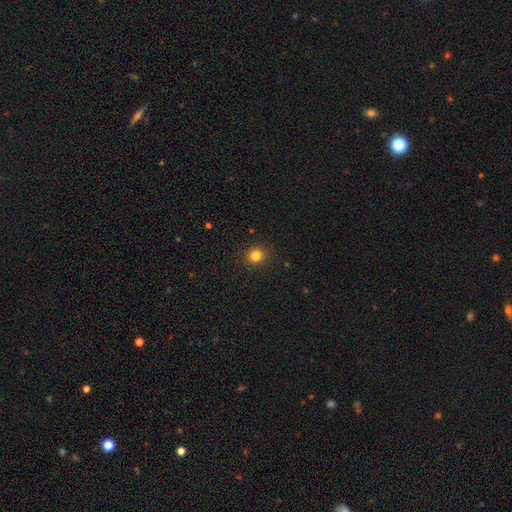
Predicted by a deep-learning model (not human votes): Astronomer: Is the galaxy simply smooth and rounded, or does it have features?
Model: smooth — 82%.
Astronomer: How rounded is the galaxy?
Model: round — 89%.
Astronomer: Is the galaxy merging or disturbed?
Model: none — 91%.